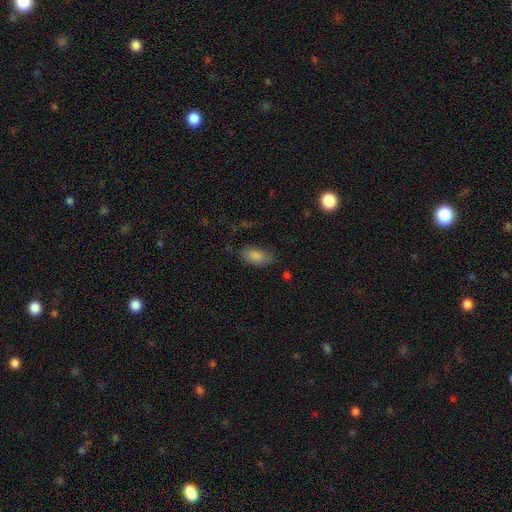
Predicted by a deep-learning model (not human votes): smooth_or_featured: smooth (p=0.86) [alt: star or artifact p=0.08]
how_rounded: in between (p=0.92) [alt: cigar-shaped p=0.05]
merging: none (p=0.74) [alt: minor disturbance p=0.18]